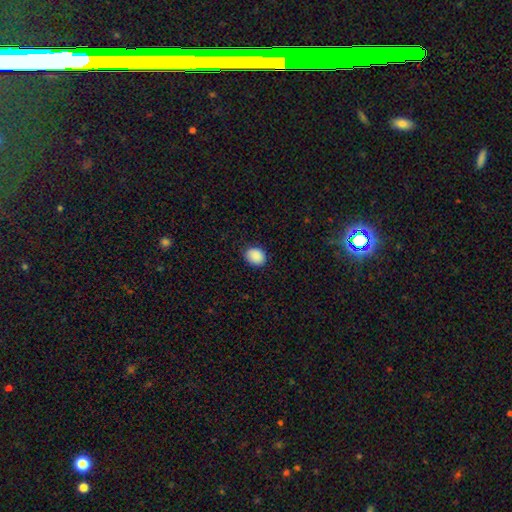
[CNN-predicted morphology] This appears to be a smooth galaxy with no disk features (90%) that is round (51%). Merging: none (86%).